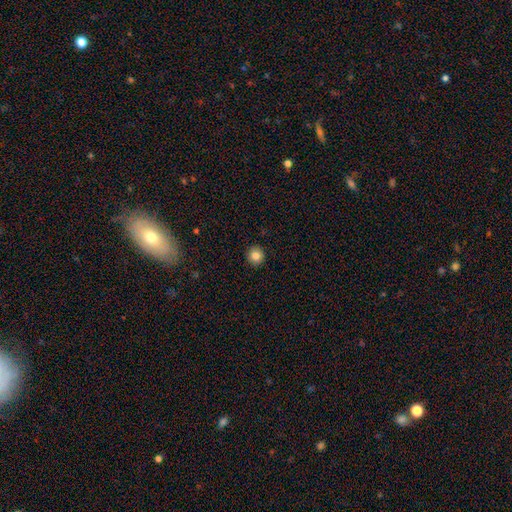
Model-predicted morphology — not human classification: A smooth galaxy with no disk features (84%) that is round (93%). Merging: none (92%).